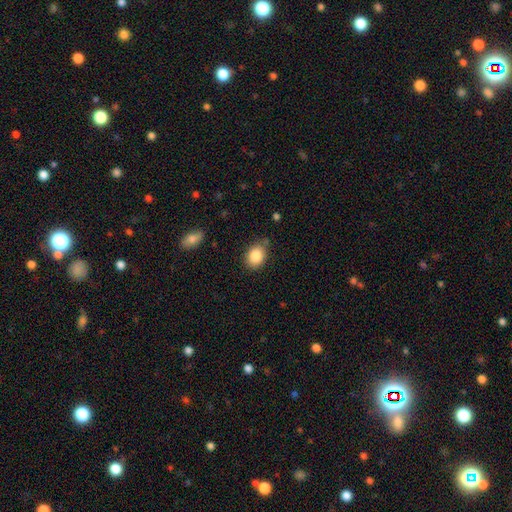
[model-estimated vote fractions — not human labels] smooth 86%, star or artifact 8%, featured or disk 6%. Down the decision tree: how rounded — in between (66%); merging — none (74%).